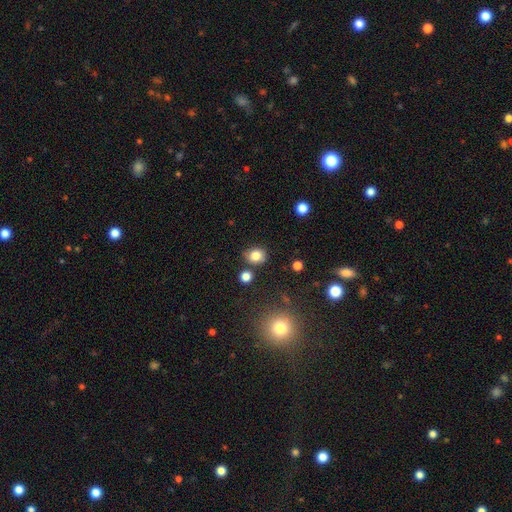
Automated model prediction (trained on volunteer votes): Overall: smooth (82%). How rounded: round (63%; in between 36%). Merging: none (77%).